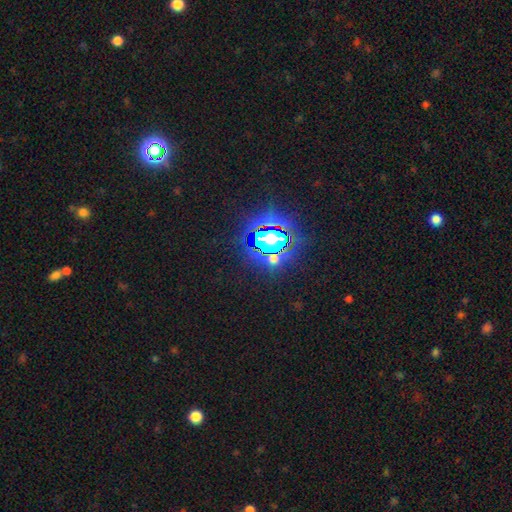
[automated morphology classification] Smooth or featured? star or artifact (80%)